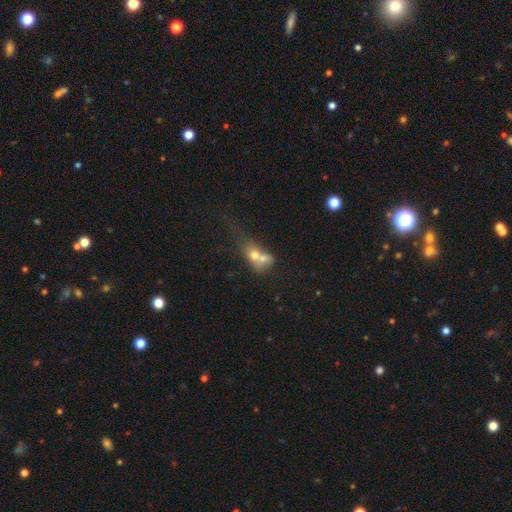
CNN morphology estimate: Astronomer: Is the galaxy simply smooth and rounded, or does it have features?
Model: smooth — 62%.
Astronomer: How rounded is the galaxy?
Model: in between — 51% (runner-up: round, 43%).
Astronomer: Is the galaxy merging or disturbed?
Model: merger — 70%.